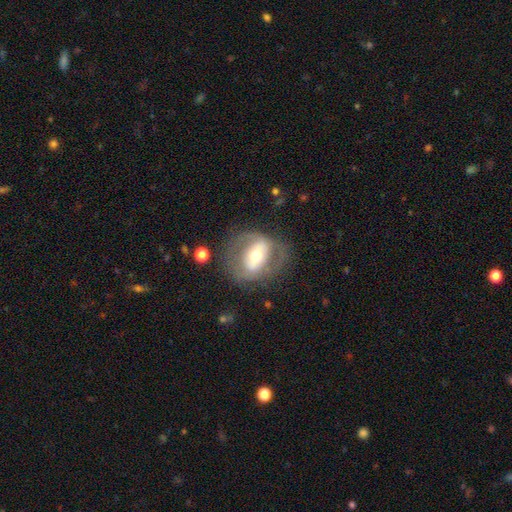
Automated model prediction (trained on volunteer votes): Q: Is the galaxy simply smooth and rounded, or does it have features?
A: featured or disk — 62%.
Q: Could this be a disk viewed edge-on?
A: no — 93%.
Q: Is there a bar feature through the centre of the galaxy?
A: strong — 40%.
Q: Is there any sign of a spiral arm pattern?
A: no — 64%.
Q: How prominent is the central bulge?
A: moderate — 67%.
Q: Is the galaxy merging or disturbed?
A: none — 66%.